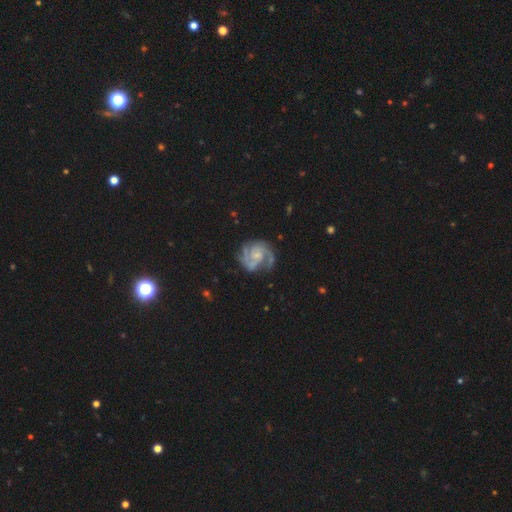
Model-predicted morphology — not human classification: This is clearly a featured or disk galaxy (90%). It is clearly not viewed edge-on (98%). Bar: likely no (62%). Spiral arm pattern: clearly yes (98%). Spiral arm count: possibly 2 (48%). Spiral winding: possibly medium (48%). Central bulge: possibly small (59%). Merging: likely none (71%).